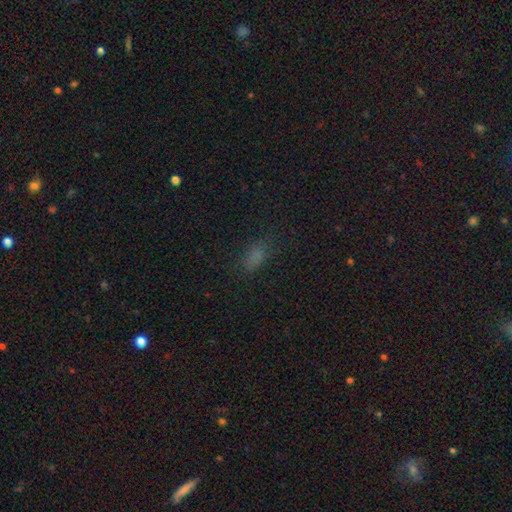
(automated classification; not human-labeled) Smooth or featured? smooth (72%)
How rounded? in between (81%)
Merging? none (73%)